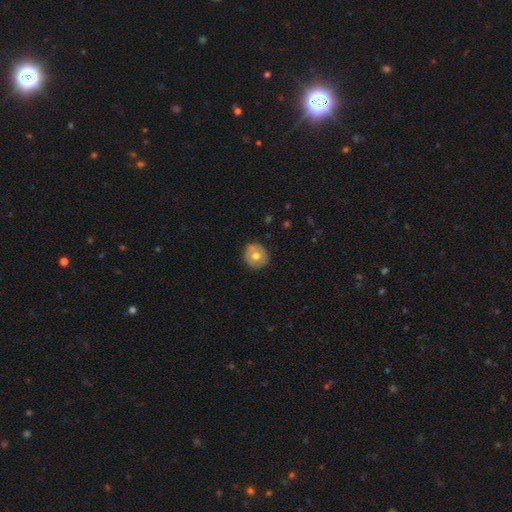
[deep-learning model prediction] smooth-or-featured: smooth: 65% | featured or disk: 27% | star or artifact: 8%
  how-rounded: round: 87% | in between: 12% | cigar-shaped: 1%
  merging: none: 83% | minor disturbance: 12% | major disturbance: 2% | merger: 2%